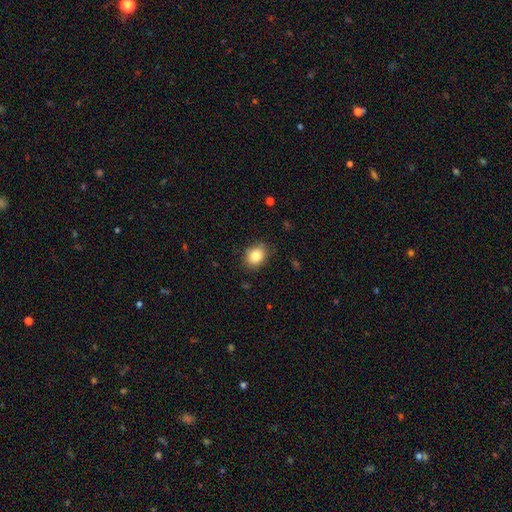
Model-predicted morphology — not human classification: The model was most divided on "how rounded": in between: 55%, round: 44%, cigar-shaped: 1%. More confident: smooth or featured — smooth (84%); merging — none (83%).